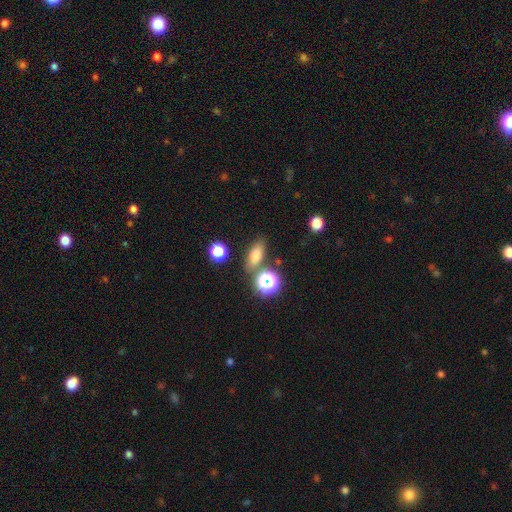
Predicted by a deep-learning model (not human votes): A smooth galaxy with no disk features (70%) that is in between round and cigar-shaped (65%). Merging: none (76%).